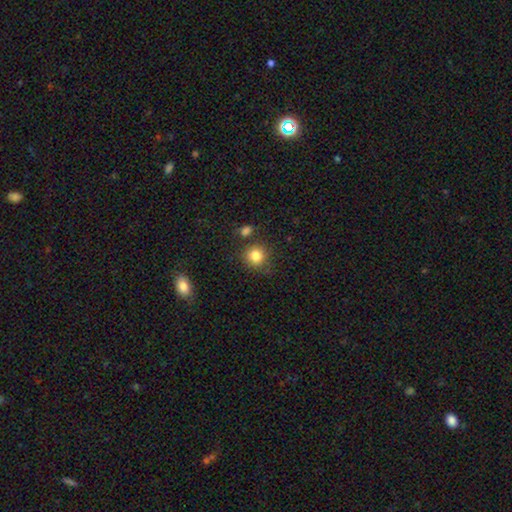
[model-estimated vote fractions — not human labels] smooth_or_featured: smooth (p=0.83) [alt: star or artifact p=0.11]
how_rounded: round (p=0.89) [alt: in between p=0.10]
merging: none (p=0.77) [alt: minor disturbance p=0.11]